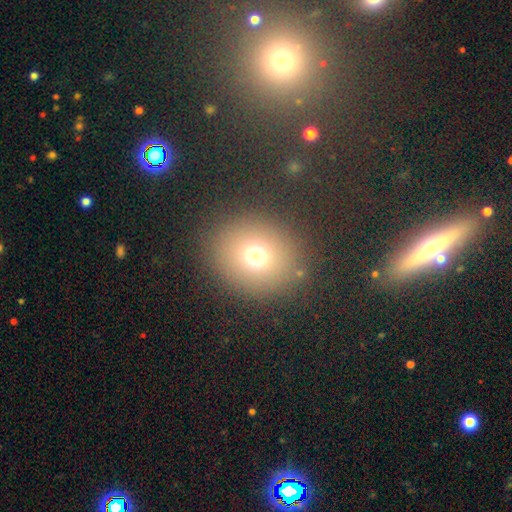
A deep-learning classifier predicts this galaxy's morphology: Smooth or featured: smooth — 71% (star or artifact — 18%)
How rounded: round — 77% (in between — 22%)
Merging: none — 84% (minor disturbance — 8%)